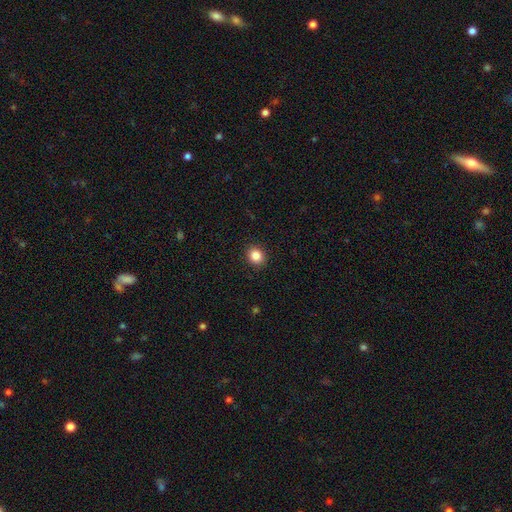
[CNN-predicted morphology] Smooth or featured? smooth (86%)
How rounded? round (68%)
Merging? none (91%)